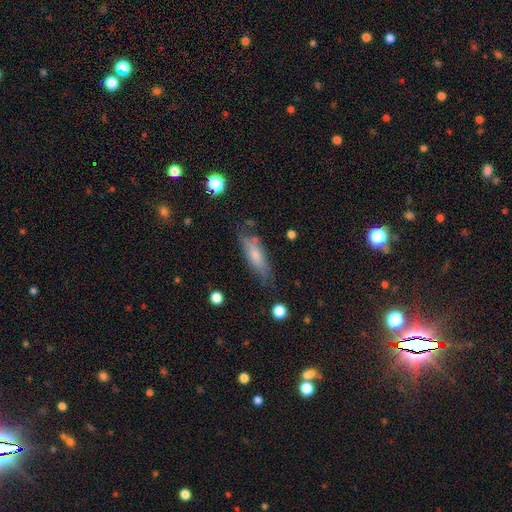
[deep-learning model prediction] Q: Smooth or featured?
A: smooth (65%); runner-up: featured or disk (27%)
Q: How rounded?
A: in between (49%); tied with: cigar-shaped (49%)
Q: Merging?
A: none (63%); runner-up: minor disturbance (24%)